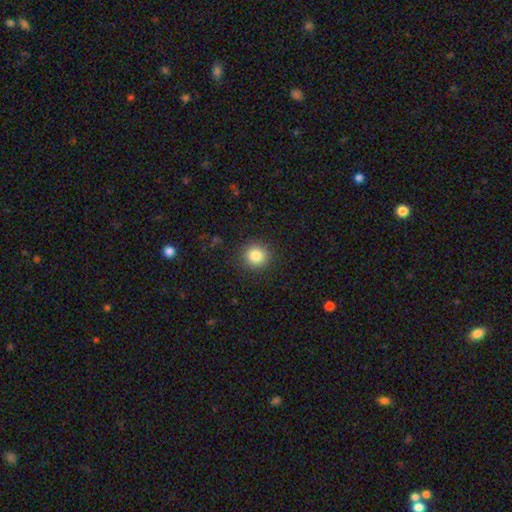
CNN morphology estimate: A smooth galaxy with no disk features (83%) that is round (93%).

Vote fractions:
- Smooth or featured? smooth: 83% / star or artifact: 11% / featured or disk: 6%
- How rounded? round: 93% / in between: 6% / cigar-shaped: 1%
- Merging? none: 90% / minor disturbance: 6% / major disturbance: 2% / merger: 1%